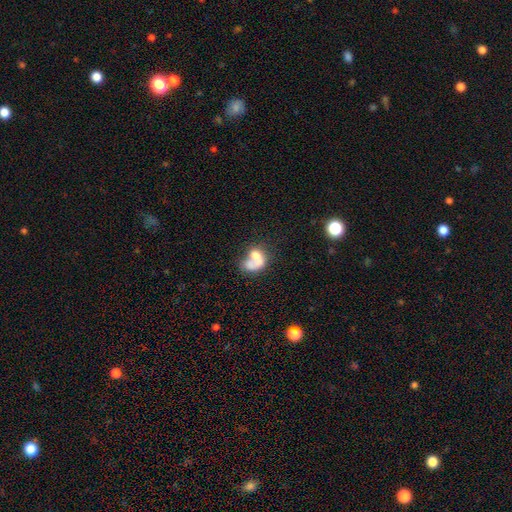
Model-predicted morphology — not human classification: A smooth galaxy with no disk features (55%) that is in between round and cigar-shaped (65%). Merging: merger (56%).